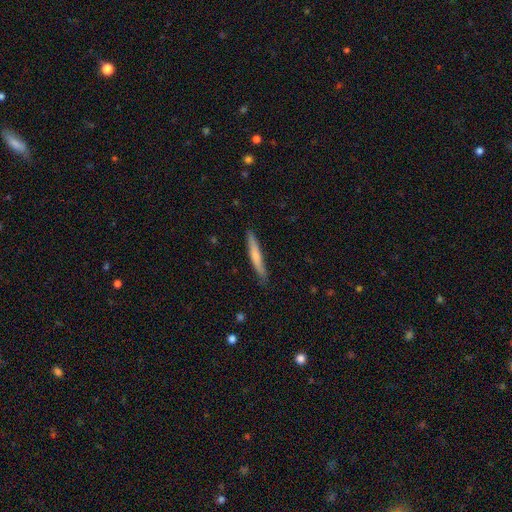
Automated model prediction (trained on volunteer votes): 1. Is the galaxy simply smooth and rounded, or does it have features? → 63% smooth, 32% featured or disk, 5% star or artifact.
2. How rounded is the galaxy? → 95% cigar-shaped, 4% in between, 1% round.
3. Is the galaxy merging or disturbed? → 85% none, 12% minor disturbance, 2% major disturbance, 1% merger.